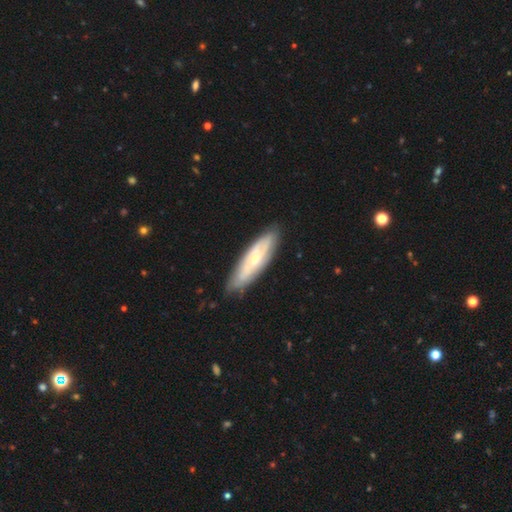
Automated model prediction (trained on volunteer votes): Overall: featured or disk (49%; smooth 44%). Merging: none (86%).